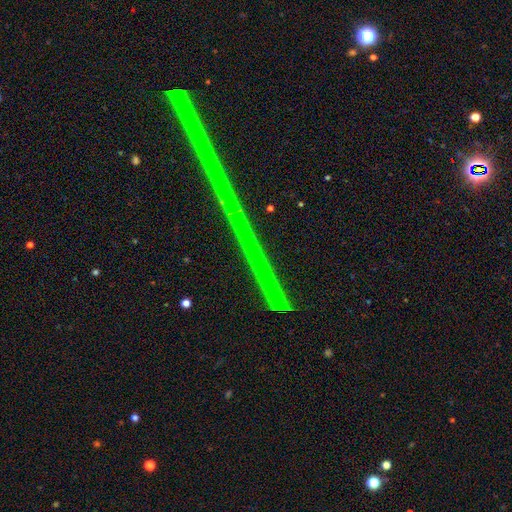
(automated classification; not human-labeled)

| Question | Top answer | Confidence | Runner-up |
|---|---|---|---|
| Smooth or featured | star or artifact | 72% | featured or disk (19%) |